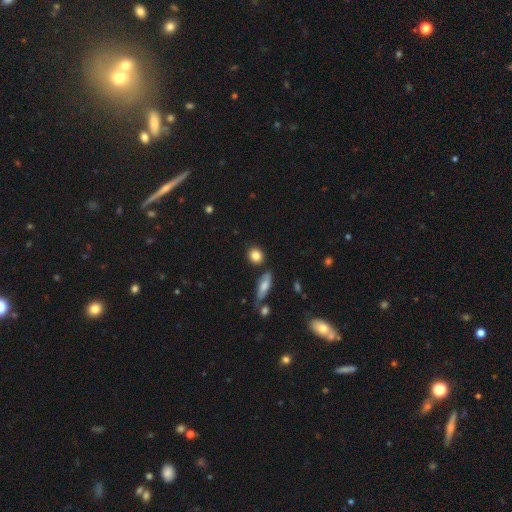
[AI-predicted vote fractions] smooth-or-featured: smooth: 84% | star or artifact: 9% | featured or disk: 7%
  how-rounded: round: 75% | in between: 23% | cigar-shaped: 3%
  merging: none: 81% | minor disturbance: 10% | merger: 6% | major disturbance: 3%